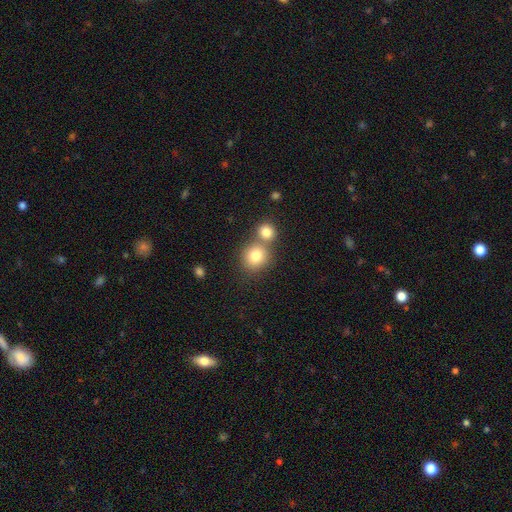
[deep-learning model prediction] This appears to be a smooth galaxy with no disk features (80%) that is round (82%). Merging: none (49%).